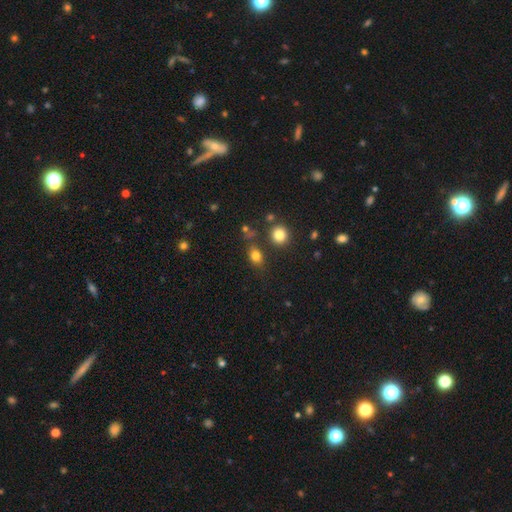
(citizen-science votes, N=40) smooth 90%, star or artifact 8%, featured or disk 2%. Down the decision tree: how rounded — in between (78%); merging — none (78%).